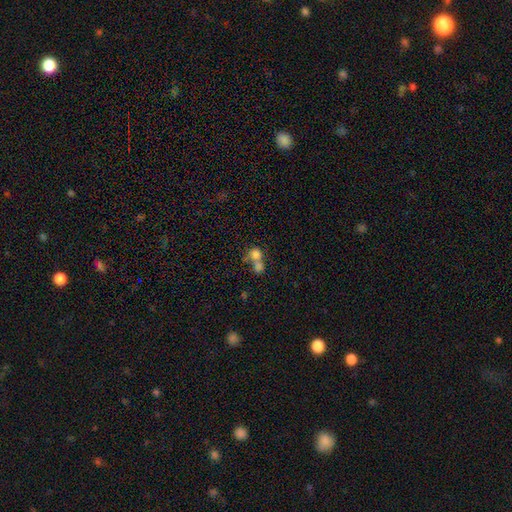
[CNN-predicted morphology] Overall: smooth (75%). How rounded: round (74%). Merging: merger (62%; none 26%).